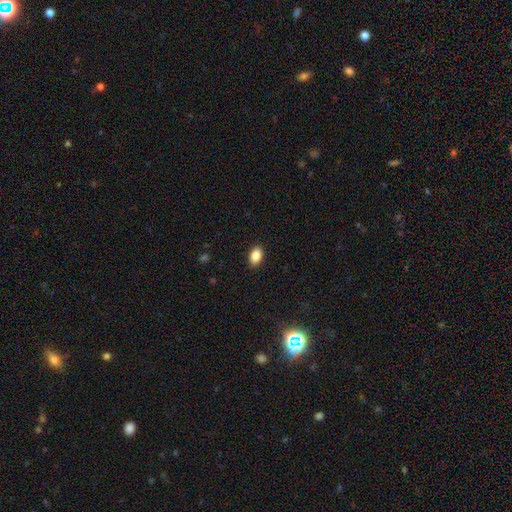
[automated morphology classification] smooth 87%, star or artifact 8%, featured or disk 5%. Down the decision tree: how rounded — in between (89%); merging — none (89%).